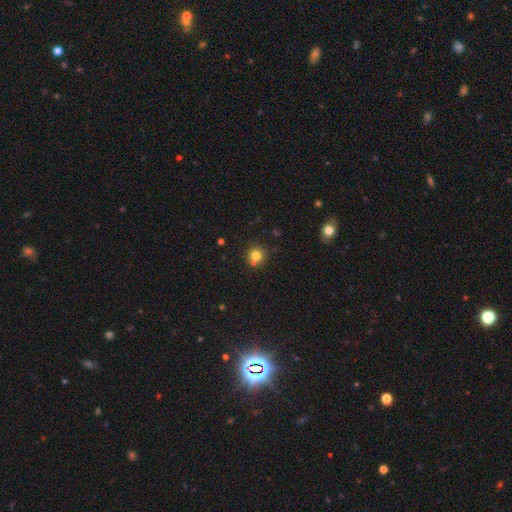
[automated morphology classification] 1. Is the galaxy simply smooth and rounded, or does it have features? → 77% smooth, 14% star or artifact, 10% featured or disk.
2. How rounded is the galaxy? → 90% round, 9% in between, 1% cigar-shaped.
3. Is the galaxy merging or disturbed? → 64% none, 25% merger, 9% minor disturbance, 3% major disturbance.